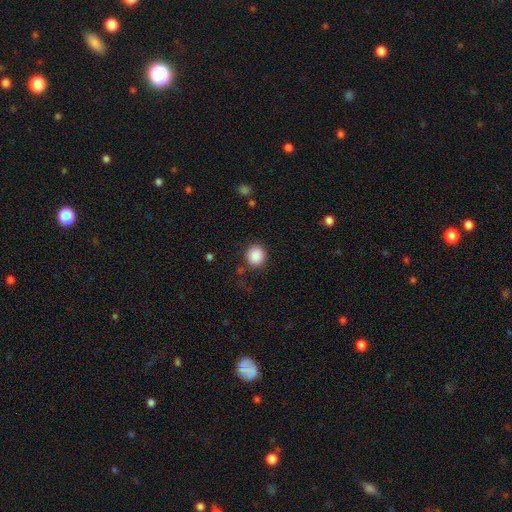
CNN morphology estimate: This is clearly a smooth galaxy (89%). How rounded: clearly round (87%). Merging: clearly none (84%).